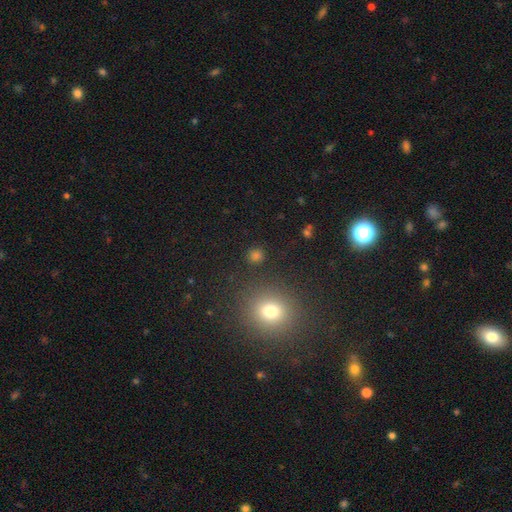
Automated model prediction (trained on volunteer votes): Morphology: type=smooth (74%); roundness=round (87%); merging=none (87%).